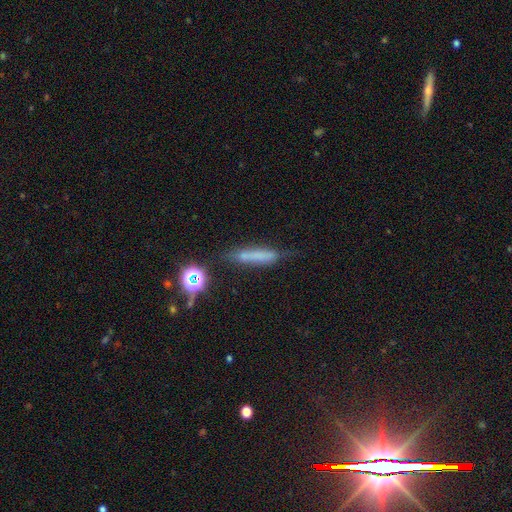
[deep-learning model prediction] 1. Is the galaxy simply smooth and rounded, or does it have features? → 57% smooth, 28% featured or disk, 16% star or artifact.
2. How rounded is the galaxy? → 85% cigar-shaped, 12% in between, 4% round.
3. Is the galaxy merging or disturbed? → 59% none, 25% minor disturbance, 10% major disturbance, 5% merger.